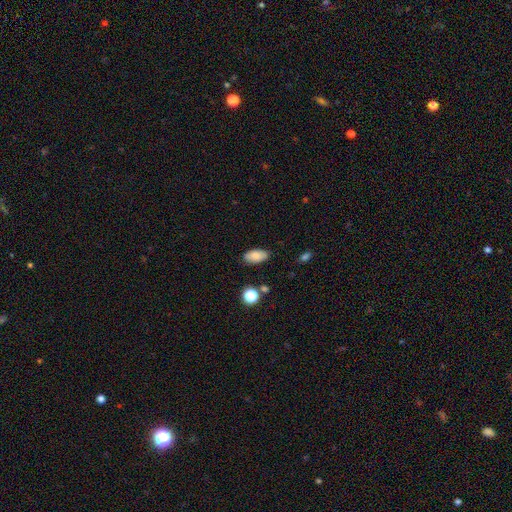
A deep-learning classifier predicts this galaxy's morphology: smooth-or-featured: smooth: 80% | featured or disk: 11% | star or artifact: 9%
  how-rounded: in between: 93% | round: 4% | cigar-shaped: 3%
  merging: none: 83% | minor disturbance: 12% | major disturbance: 3% | merger: 2%